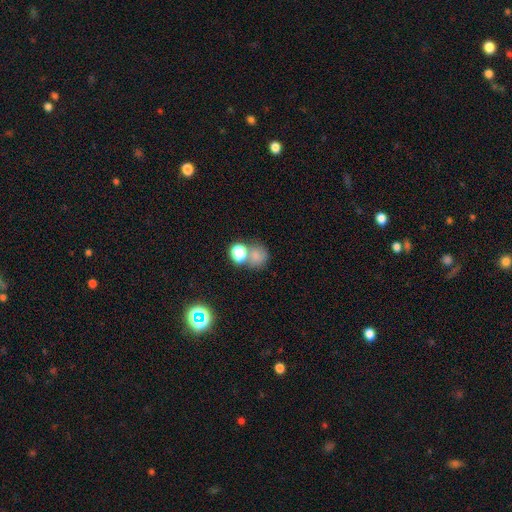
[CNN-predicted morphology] The model was most divided on "merging": none: 44%, merger: 37%, minor disturbance: 12%, major disturbance: 8%. More confident: how rounded — round (75%); smooth or featured — smooth (70%).